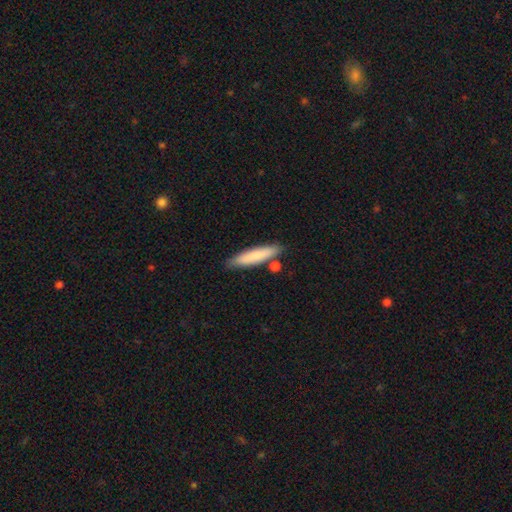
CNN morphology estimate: smooth 79%, featured or disk 15%, star or artifact 6%. Down the decision tree: how rounded — cigar-shaped (84%); merging — none (79%).